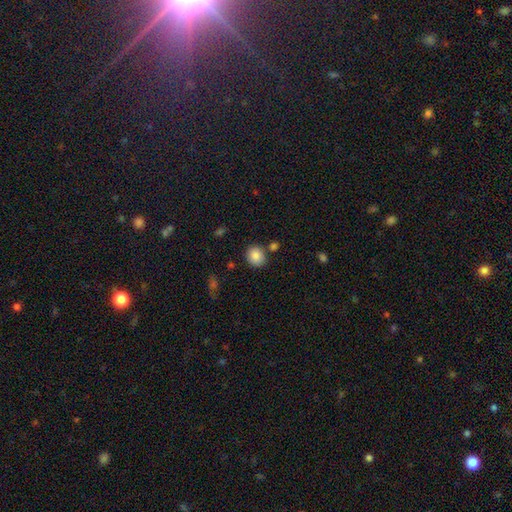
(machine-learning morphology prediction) Smooth or featured? Predicted: smooth (p=0.85). How rounded? Predicted: round (p=0.70). Merging? Predicted: none (p=0.80).